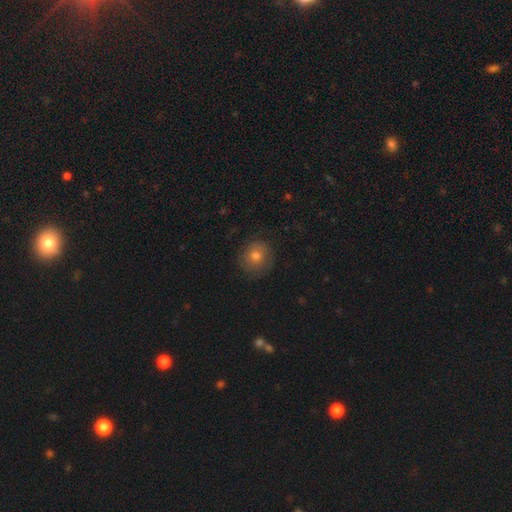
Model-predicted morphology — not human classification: type=smooth (65%); roundness=round (87%); merging=none (82%).